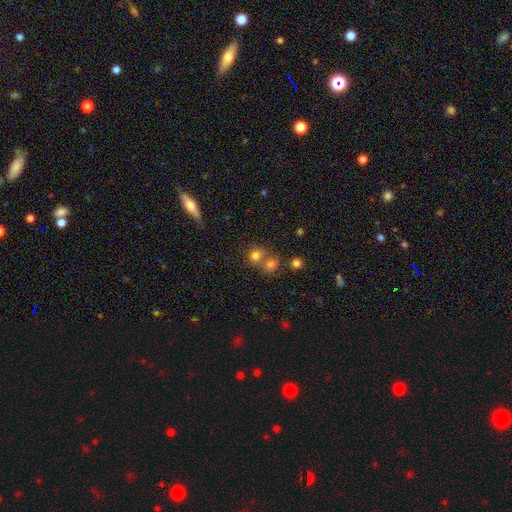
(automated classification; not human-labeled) Smooth or featured: smooth — 75% (star or artifact — 15%)
How rounded: round — 83% (in between — 16%)
Merging: none — 47% (merger — 42%)